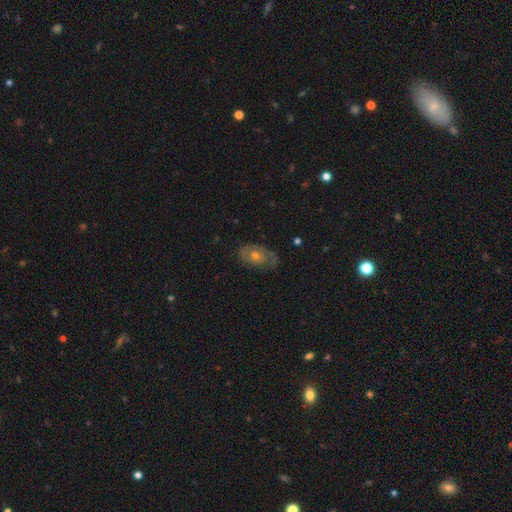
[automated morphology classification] This appears to be a featured or disk galaxy (66%) with no bar (83%), spiral arms (67%) and a moderate central bulge (61%). Merging: none (70%).